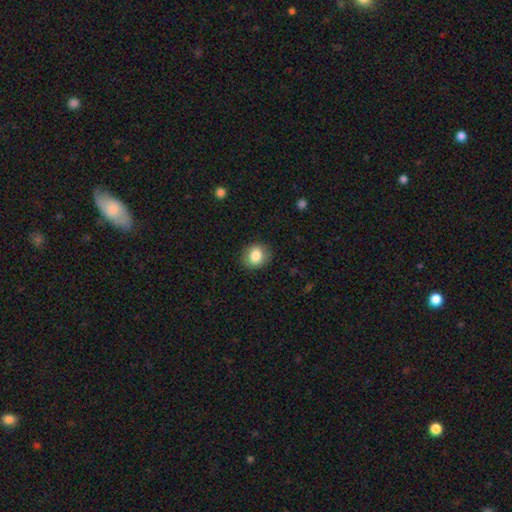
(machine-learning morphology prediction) Q: Smooth or featured?
A: smooth (84%); runner-up: star or artifact (9%)
Q: How rounded?
A: round (66%); runner-up: in between (33%)
Q: Merging?
A: none (87%); runner-up: minor disturbance (9%)